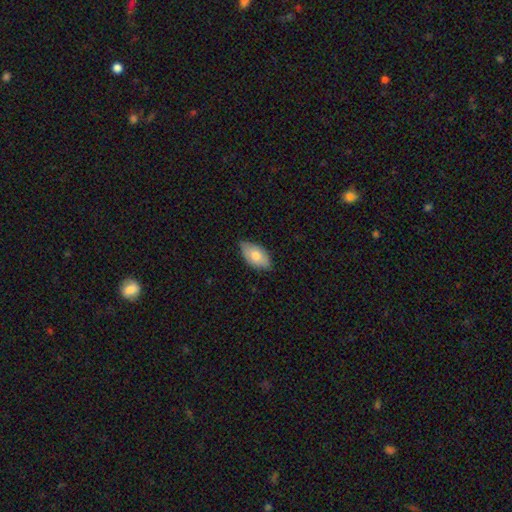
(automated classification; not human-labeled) Q: Smooth or featured?
A: smooth (75%); runner-up: featured or disk (19%)
Q: How rounded?
A: in between (94%); runner-up: round (4%)
Q: Merging?
A: none (73%); runner-up: minor disturbance (24%)